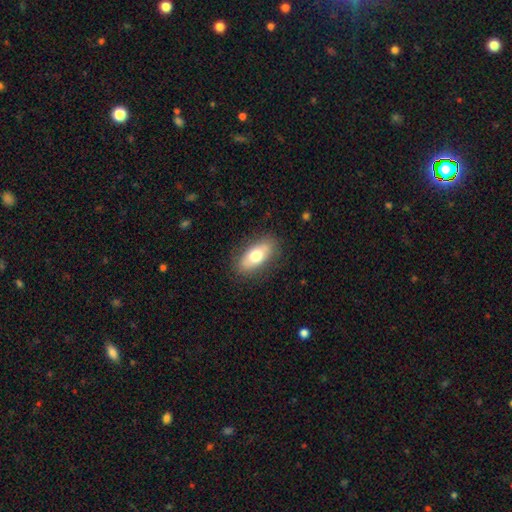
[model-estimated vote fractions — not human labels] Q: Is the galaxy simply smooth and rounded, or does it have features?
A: smooth — 72%.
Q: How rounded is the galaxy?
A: in between — 87%.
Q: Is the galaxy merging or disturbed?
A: none — 84%.